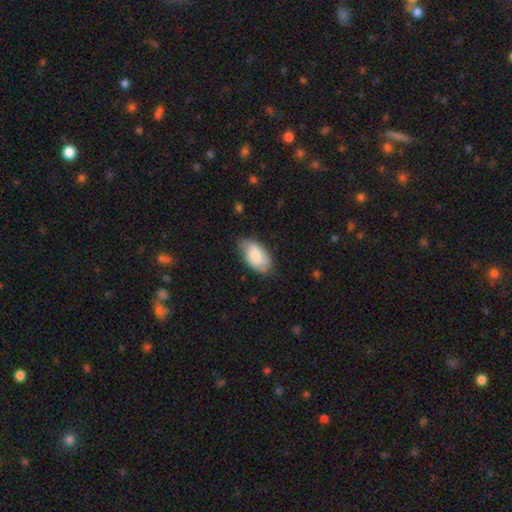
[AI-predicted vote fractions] The model was most divided on "merging": none: 63%, minor disturbance: 29%, major disturbance: 6%, merger: 1%. More confident: how rounded — in between (94%); smooth or featured — smooth (77%).